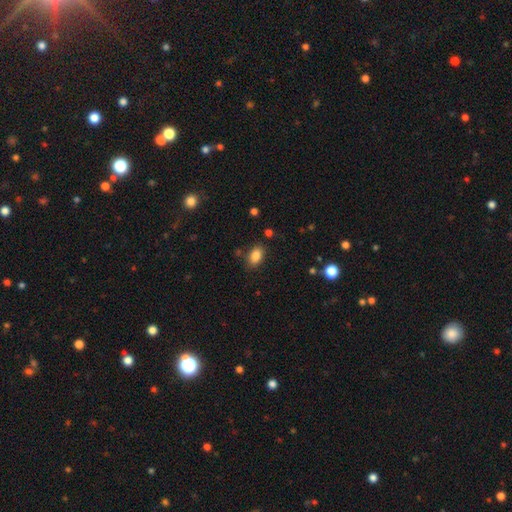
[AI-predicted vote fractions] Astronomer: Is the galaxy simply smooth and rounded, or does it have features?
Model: smooth — 85%.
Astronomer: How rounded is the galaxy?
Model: in between — 87%.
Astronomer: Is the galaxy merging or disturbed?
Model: none — 83%.